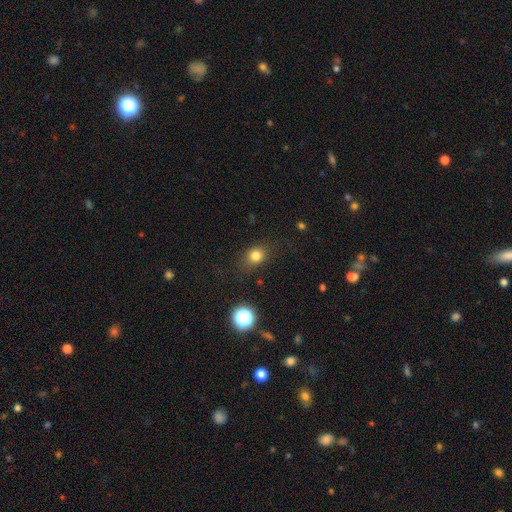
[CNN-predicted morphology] A smooth galaxy with no disk features (79%) that is round (59%). Merging: none (80%).